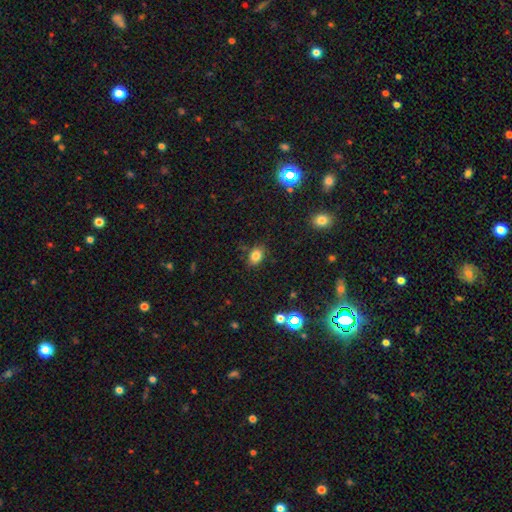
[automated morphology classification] A smooth galaxy with no disk features (80%) that is in between round and cigar-shaped (73%).

Vote fractions:
- Smooth or featured? smooth: 80% / star or artifact: 13% / featured or disk: 7%
- How rounded? in between: 73% / round: 26% / cigar-shaped: 1%
- Merging? none: 81% / minor disturbance: 14% / major disturbance: 3% / merger: 2%